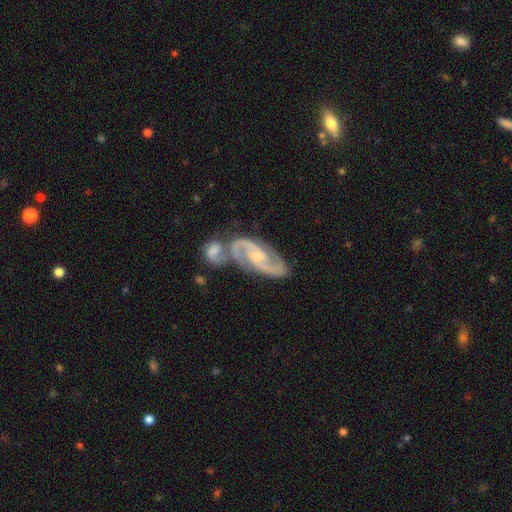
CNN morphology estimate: smooth-or-featured: featured or disk: 91% | smooth: 5% | star or artifact: 5%
  disk-edge-on: no: 96% | yes: 4%
    bar: weak: 44% | no: 39% | strong: 17%
    has-spiral-arms: yes: 98% | no: 2%
      spiral-winding: medium: 57% | tight: 30% | loose: 13%
      spiral-arm-count: 2: 91% | can't tell: 3% | 3: 3% | 1: 1% | 4: 1% | more than 4: 1%
    bulge-size: small: 55% | moderate: 37% | none: 6% | large: 2% | dominant: 1%
  merging: none: 42% | merger: 38% | minor disturbance: 14% | major disturbance: 6%